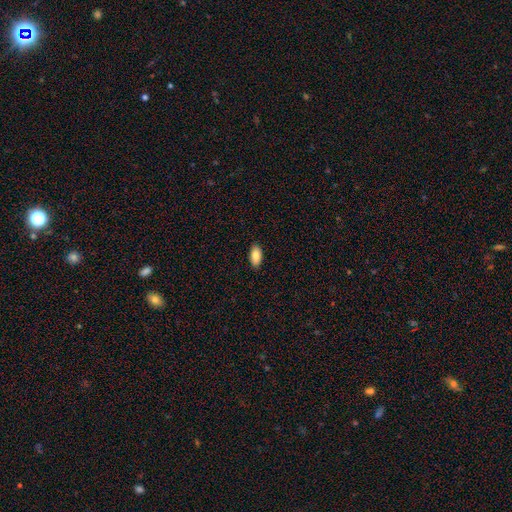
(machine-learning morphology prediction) The model was most divided on "smooth or featured": smooth: 86%, featured or disk: 7%, star or artifact: 7%. More confident: how rounded — in between (92%); merging — none (89%).